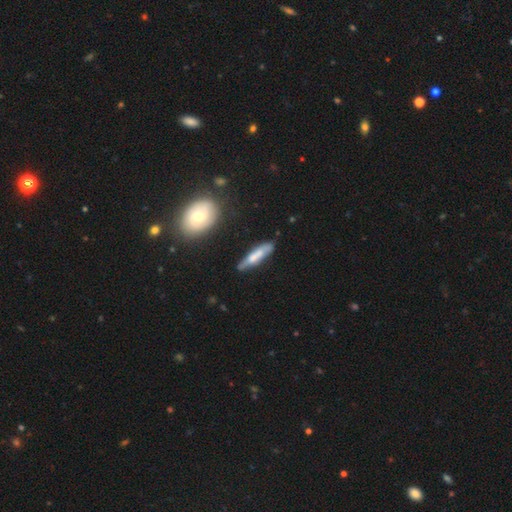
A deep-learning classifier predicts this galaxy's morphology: Smooth or featured?
  - smooth: 54% *
  - featured or disk: 40%
  - star or artifact: 6%
How rounded?
  - cigar-shaped: 80% *
  - in between: 18%
  - round: 2%
Merging?
  - none: 71% *
  - minor disturbance: 20%
  - major disturbance: 5%
  - merger: 4%